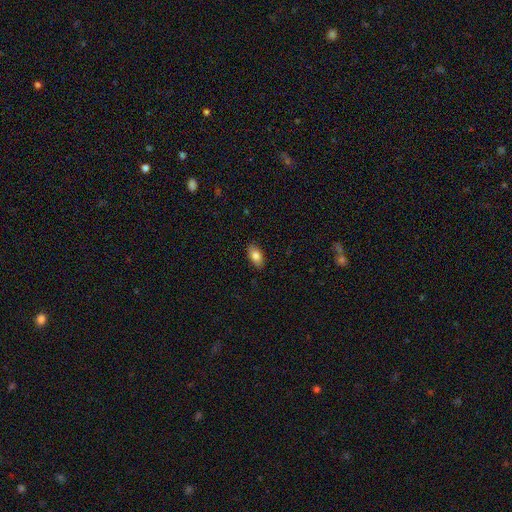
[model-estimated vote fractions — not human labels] A smooth galaxy with no disk features (82%) that is in between round and cigar-shaped (91%).

Vote fractions:
- Smooth or featured? smooth: 82% / featured or disk: 10% / star or artifact: 7%
- How rounded? in between: 91% / round: 5% / cigar-shaped: 4%
- Merging? none: 88% / minor disturbance: 9% / major disturbance: 2% / merger: 1%